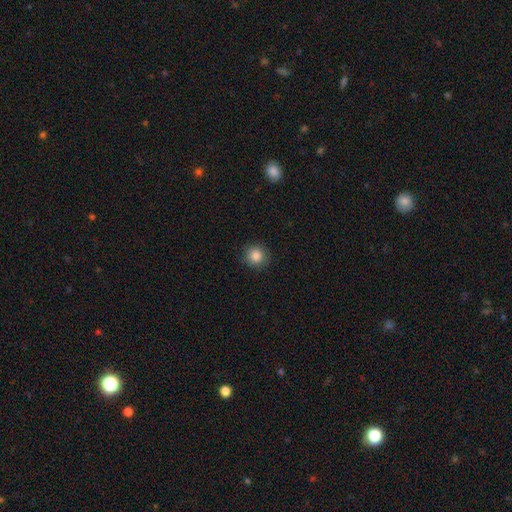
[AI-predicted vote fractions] Morphology: type=smooth (85%); roundness=round (92%); merging=none (89%).